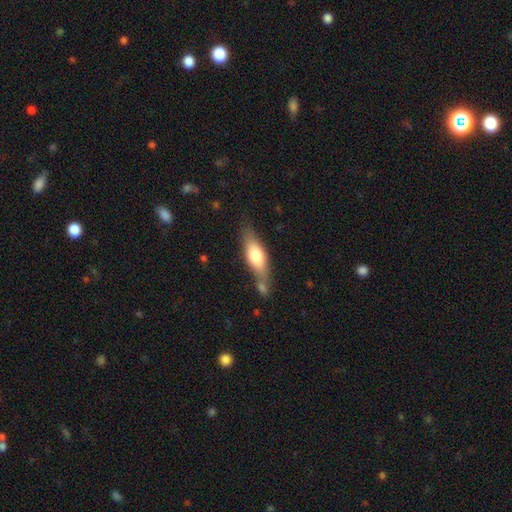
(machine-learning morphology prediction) smooth-or-featured: smooth: 64% | featured or disk: 30% | star or artifact: 6%
  how-rounded: in between: 57% | cigar-shaped: 40% | round: 3%
  merging: none: 56% | minor disturbance: 20% | merger: 18% | major disturbance: 6%